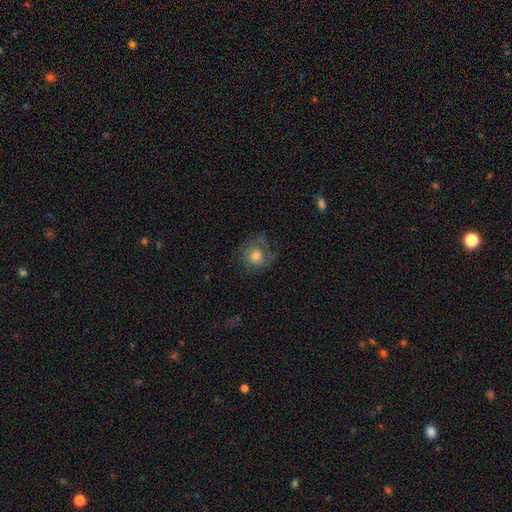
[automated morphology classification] Smooth or featured?
  - smooth: 49% *
  - featured or disk: 38%
  - star or artifact: 12%
Merging?
  - none: 63% *
  - minor disturbance: 20%
  - major disturbance: 15%
  - merger: 1%